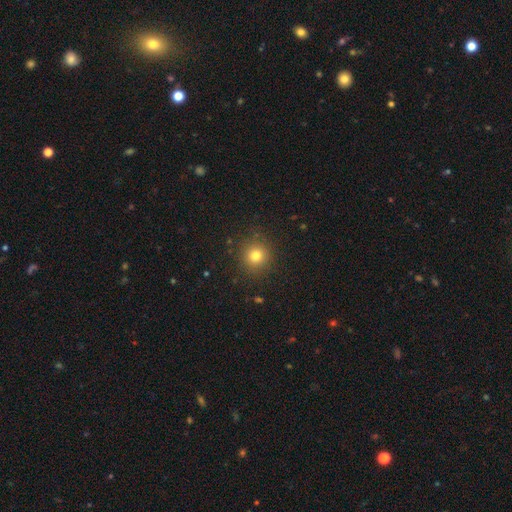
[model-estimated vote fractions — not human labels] smooth-or-featured: smooth: 79% | star or artifact: 14% | featured or disk: 7%
  how-rounded: round: 93% | in between: 6% | cigar-shaped: 1%
  merging: none: 89% | minor disturbance: 7% | major disturbance: 3% | merger: 1%